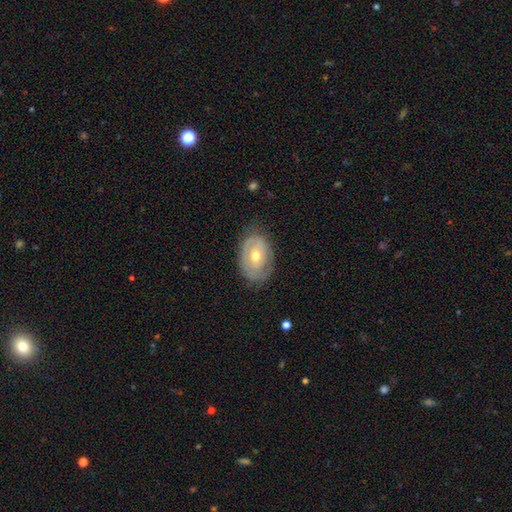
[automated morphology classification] Q: Smooth or featured?
A: featured or disk (60%); runner-up: smooth (33%)
Q: Edge-on disk?
A: no (93%); runner-up: yes (7%)
Q: Bar?
A: no (72%); runner-up: weak (21%)
Q: Spiral arms?
A: no (53%); runner-up: yes (47%)
Q: Bulge size?
A: moderate (65%); runner-up: small (31%)
Q: Merging?
A: none (72%); runner-up: minor disturbance (20%)